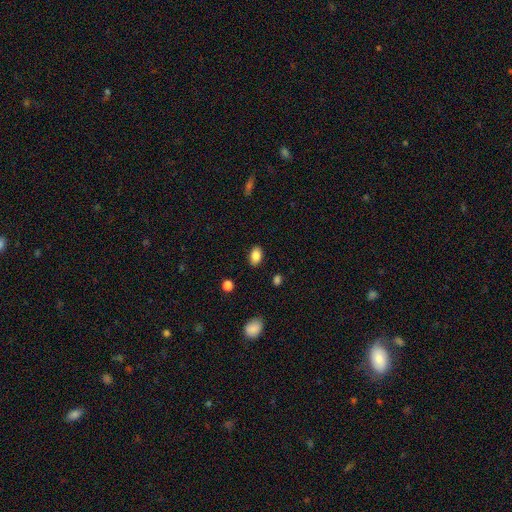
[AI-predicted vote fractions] A smooth galaxy with no disk features (86%) that is in between round and cigar-shaped (86%). Merging: none (87%).